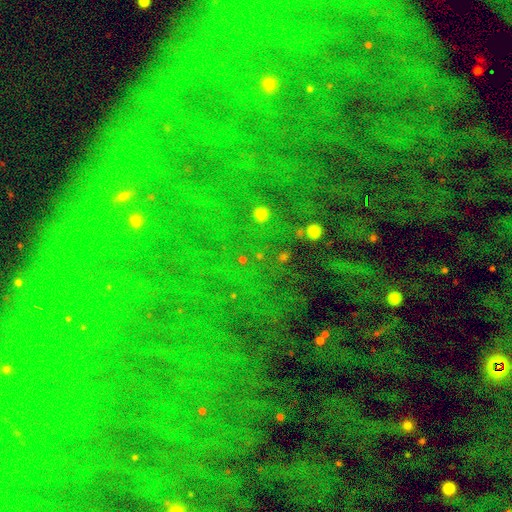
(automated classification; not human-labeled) smooth-or-featured: star or artifact: 84% | smooth: 9% | featured or disk: 8%